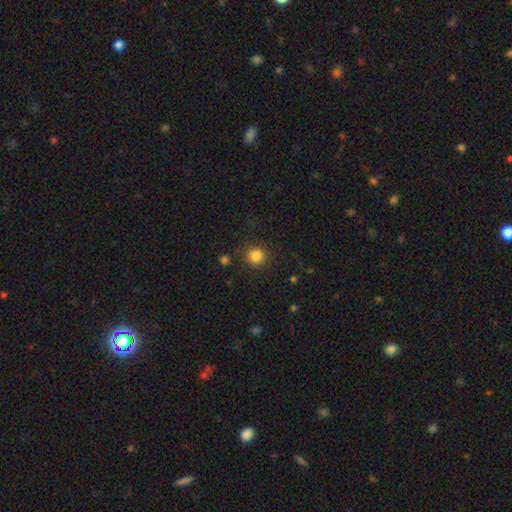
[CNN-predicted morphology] A smooth galaxy with no disk features (85%) that is round (94%).

Vote fractions:
- Smooth or featured? smooth: 85% / star or artifact: 11% / featured or disk: 4%
- How rounded? round: 94% / in between: 5% / cigar-shaped: 1%
- Merging? none: 89% / minor disturbance: 7% / major disturbance: 3% / merger: 2%